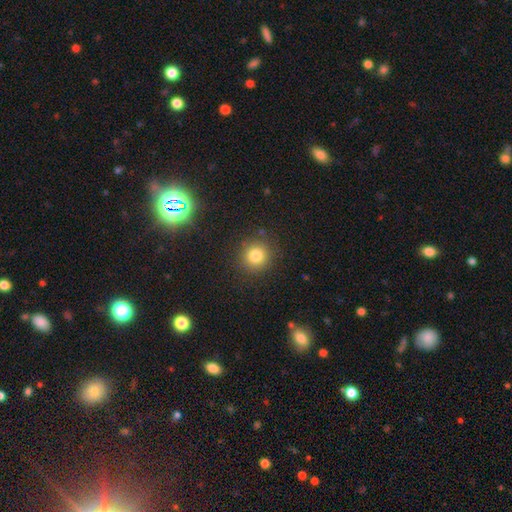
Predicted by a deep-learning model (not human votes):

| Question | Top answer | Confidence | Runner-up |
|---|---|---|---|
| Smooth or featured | smooth | 80% | star or artifact (13%) |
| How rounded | round | 92% | in between (7%) |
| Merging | none | 88% | minor disturbance (7%) |